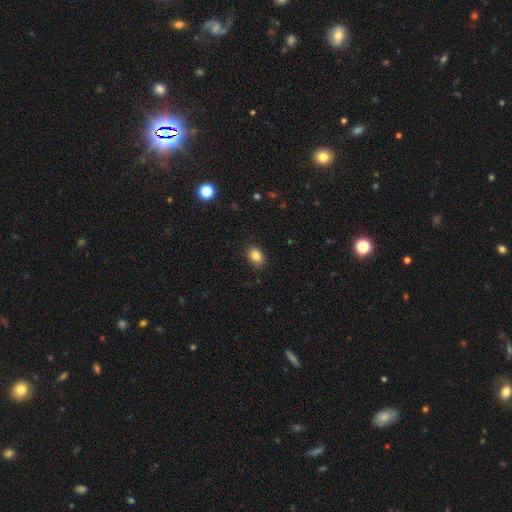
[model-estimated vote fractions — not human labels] The model was most divided on "how rounded": in between: 76%, round: 23%, cigar-shaped: 1%. More confident: merging — none (88%); smooth or featured — smooth (84%).